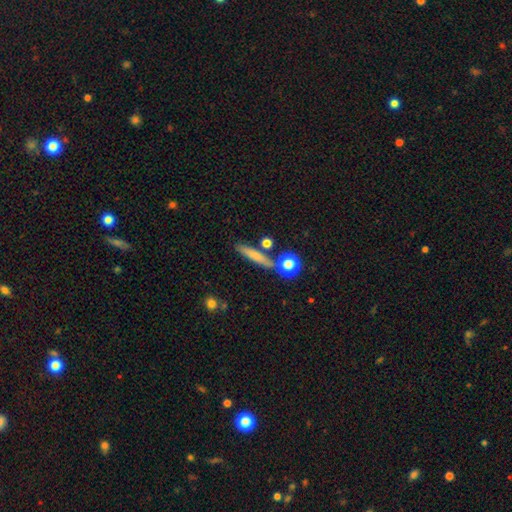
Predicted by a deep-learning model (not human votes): This appears to be a smooth galaxy with no disk features (70%) that is cigar-shaped (83%). Merging: none (77%).